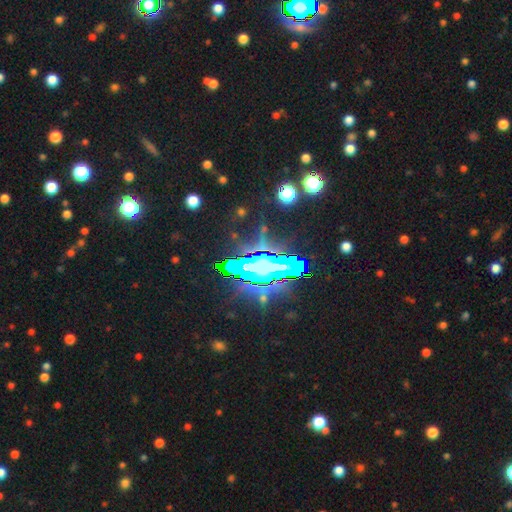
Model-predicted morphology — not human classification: The model was most divided on "smooth or featured": star or artifact: 62%, featured or disk: 22%, smooth: 16%.